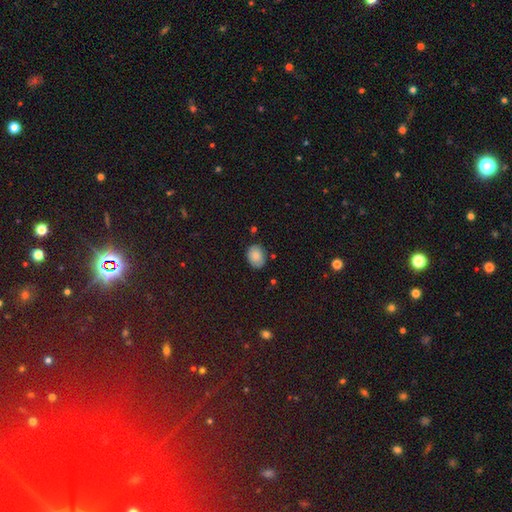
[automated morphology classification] Smooth or featured?
  - smooth: 82% *
  - star or artifact: 10%
  - featured or disk: 7%
How rounded?
  - in between: 65% *
  - round: 34%
  - cigar-shaped: 1%
Merging?
  - none: 79% *
  - minor disturbance: 16%
  - major disturbance: 3%
  - merger: 2%